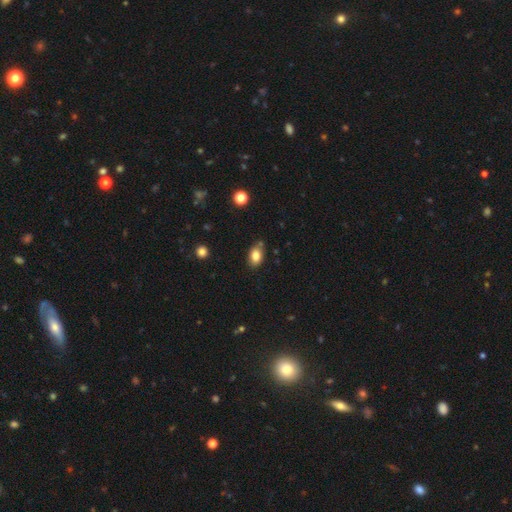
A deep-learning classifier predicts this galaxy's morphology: Smooth or featured? smooth (82%)
How rounded? in between (80%)
Merging? none (74%)